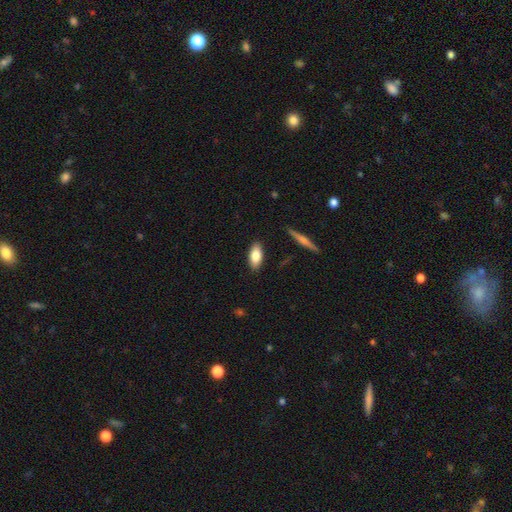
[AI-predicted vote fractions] Q: Smooth or featured?
A: smooth (80%); runner-up: featured or disk (13%)
Q: How rounded?
A: in between (84%); runner-up: cigar-shaped (13%)
Q: Merging?
A: none (88%); runner-up: minor disturbance (9%)